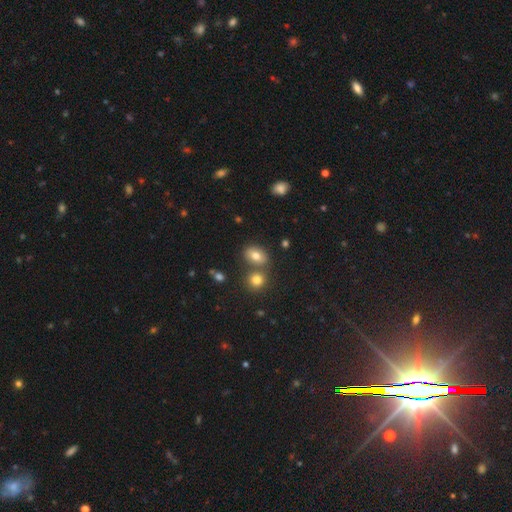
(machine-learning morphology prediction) Smooth or featured: smooth — 75% (featured or disk — 13%)
How rounded: in between — 71% (round — 27%)
Merging: none — 65% (merger — 21%)